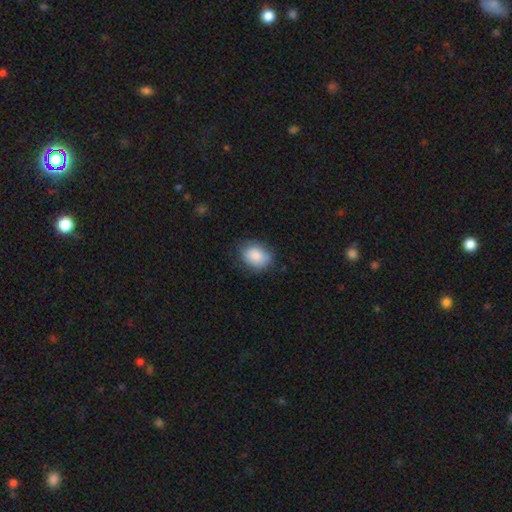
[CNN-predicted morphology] Overall: smooth (85%). How rounded: in between (64%; round 35%). Merging: none (74%).